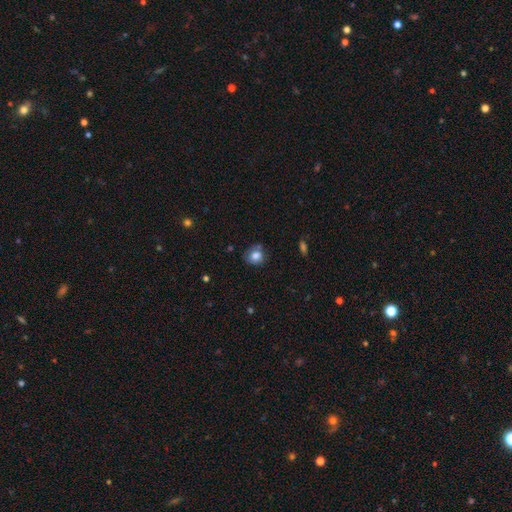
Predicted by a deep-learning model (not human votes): This is likely a smooth galaxy (79%). How rounded: likely round (72%). Merging: likely none (63%).